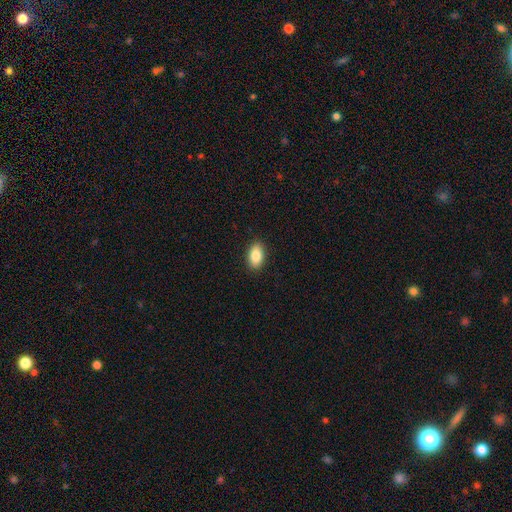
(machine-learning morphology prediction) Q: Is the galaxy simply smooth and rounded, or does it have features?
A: smooth — 86%.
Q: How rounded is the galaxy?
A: in between — 91%.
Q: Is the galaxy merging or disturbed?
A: none — 90%.